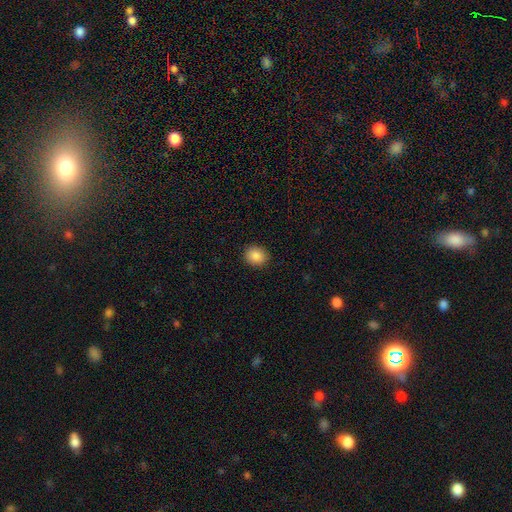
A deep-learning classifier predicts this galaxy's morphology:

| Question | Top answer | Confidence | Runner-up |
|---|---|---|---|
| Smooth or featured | smooth | 87% | star or artifact (9%) |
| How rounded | round | 74% | in between (25%) |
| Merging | none | 91% | minor disturbance (6%) |